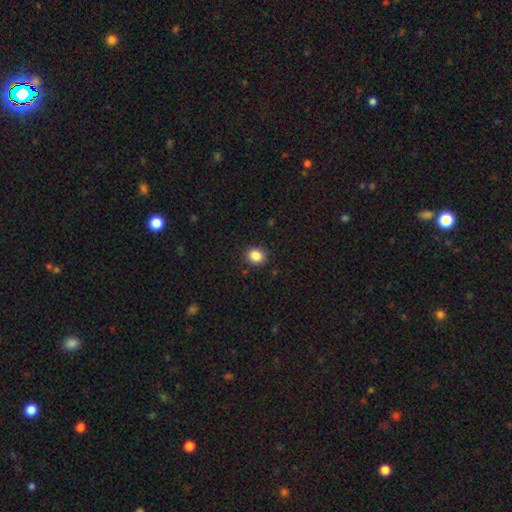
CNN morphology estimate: This is clearly a smooth galaxy (86%). How rounded: likely round (71%). Merging: clearly none (89%).